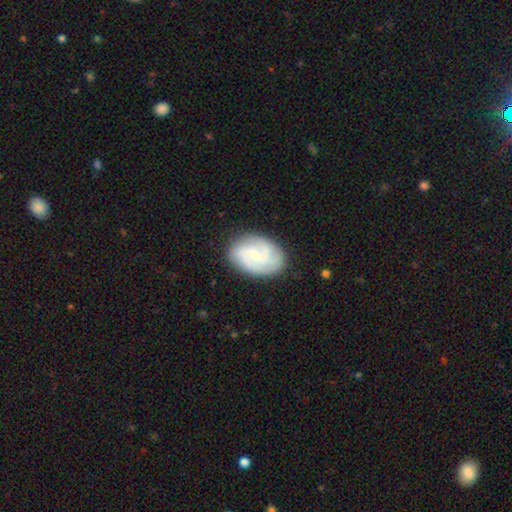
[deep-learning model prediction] A featured or disk galaxy (75%) with a weak bar (48%), 2 (33%) tight (44%) spiral arms (94%) and a small central bulge (70%). Merging: none (81%).